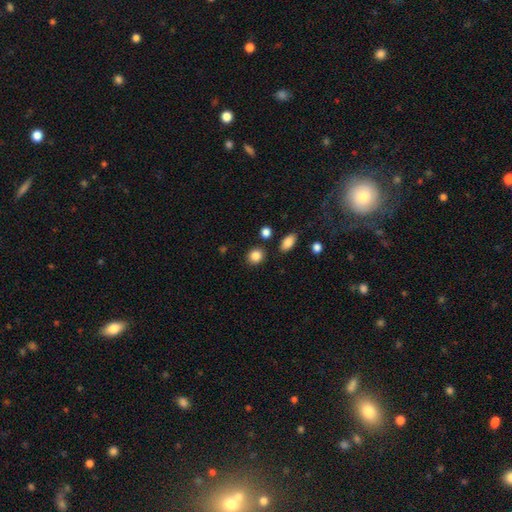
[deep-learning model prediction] Smooth or featured? Predicted: smooth (p=0.86). How rounded? Predicted: round (p=0.72). Merging? Predicted: none (p=0.84).